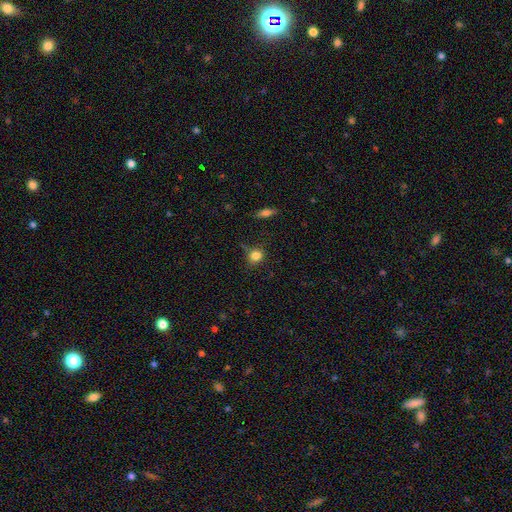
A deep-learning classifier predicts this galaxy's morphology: Smooth or featured: smooth — 81% (star or artifact — 12%)
How rounded: round — 80% (in between — 19%)
Merging: none — 69% (minor disturbance — 21%)